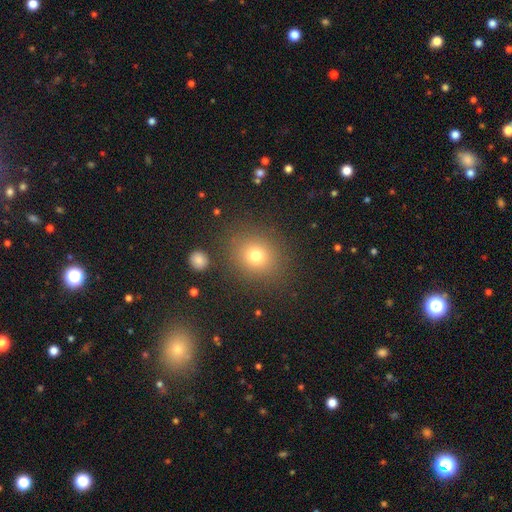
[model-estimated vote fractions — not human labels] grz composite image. It shows a smooth galaxy with no disk features (75%) that is round (78%). Merging: none (86%).